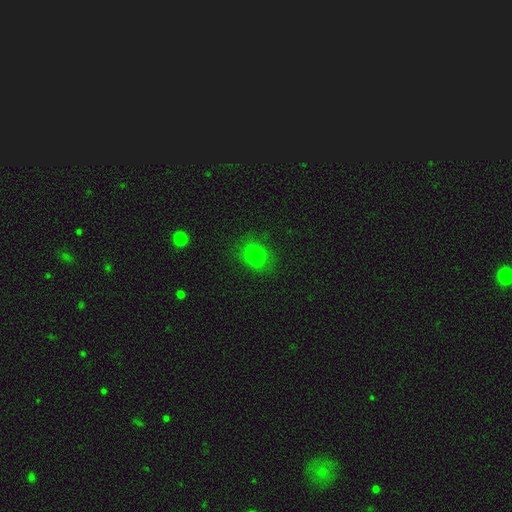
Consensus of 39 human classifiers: Q: Smooth or featured?
A: smooth (72%); runner-up: featured or disk (21%)
Q: How rounded?
A: in between (75%); runner-up: round (21%)
Q: Merging?
A: none (67%); runner-up: minor disturbance (22%)